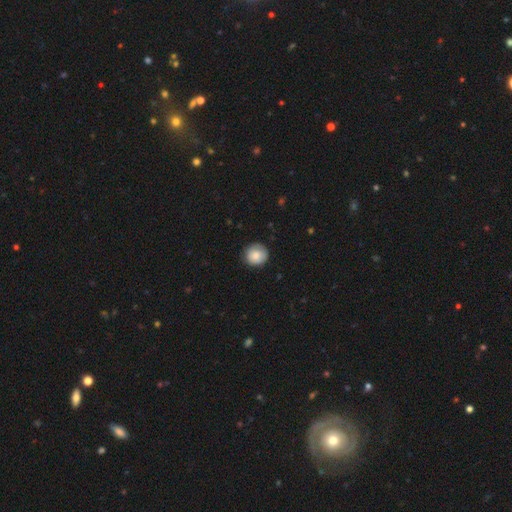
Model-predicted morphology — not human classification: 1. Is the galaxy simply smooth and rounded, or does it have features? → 82% smooth, 10% featured or disk, 7% star or artifact.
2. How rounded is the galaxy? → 90% round, 9% in between, 1% cigar-shaped.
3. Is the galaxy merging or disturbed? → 84% none, 13% minor disturbance, 2% major disturbance, 1% merger.